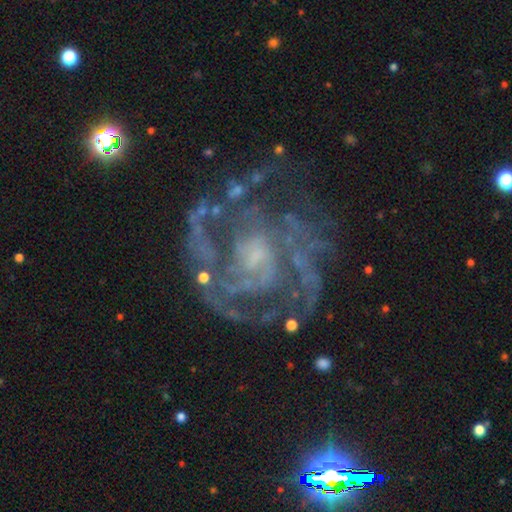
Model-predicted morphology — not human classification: This appears to be a featured or disk galaxy (88%) with no bar (49%), tight (44%) spiral arms (93%) and a small central bulge (50%). Merging: none (60%).